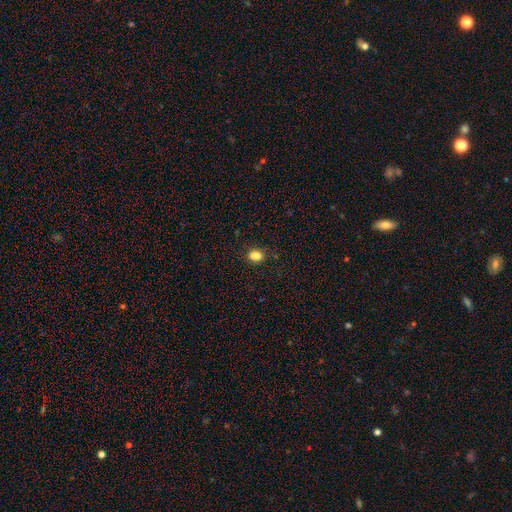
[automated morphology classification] smooth-or-featured: smooth: 83% | star or artifact: 13% | featured or disk: 4%
  how-rounded: in between: 68% | round: 30% | cigar-shaped: 2%
  merging: none: 78% | minor disturbance: 13% | merger: 5% | major disturbance: 4%